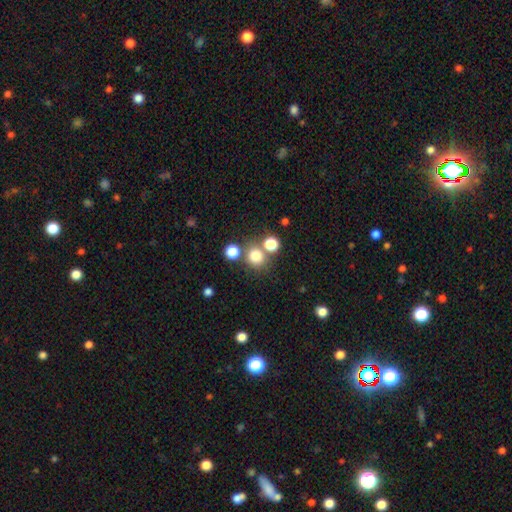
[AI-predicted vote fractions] Smooth or featured: smooth — 77% (star or artifact — 16%)
How rounded: round — 89% (in between — 10%)
Merging: none — 69% (merger — 20%)